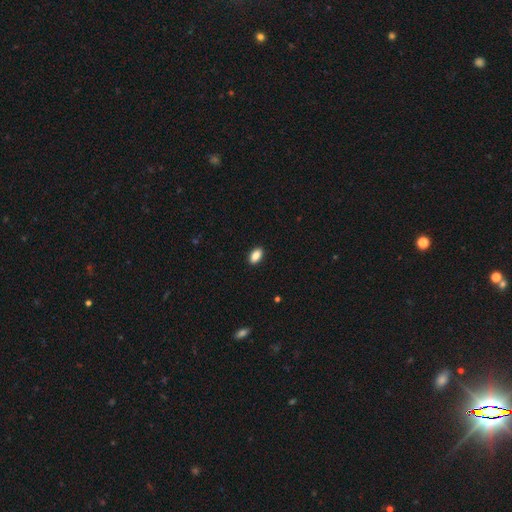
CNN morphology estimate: The model was most divided on "smooth or featured": smooth: 88%, star or artifact: 8%, featured or disk: 4%. More confident: how rounded — in between (91%); merging — none (91%).